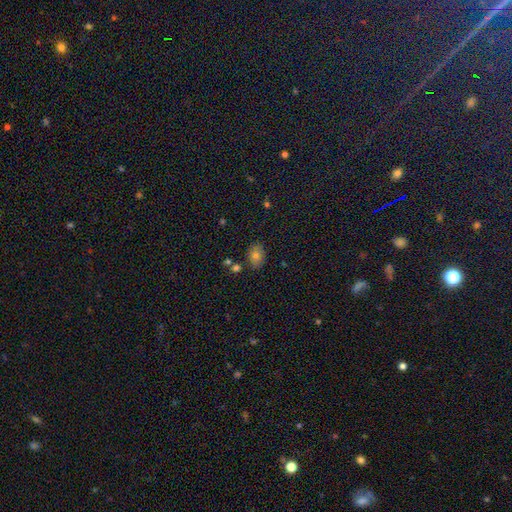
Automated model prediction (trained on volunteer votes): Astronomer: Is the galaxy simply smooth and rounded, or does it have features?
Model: smooth — 75%.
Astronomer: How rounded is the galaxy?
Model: in between — 67%.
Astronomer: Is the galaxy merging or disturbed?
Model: none — 80%.